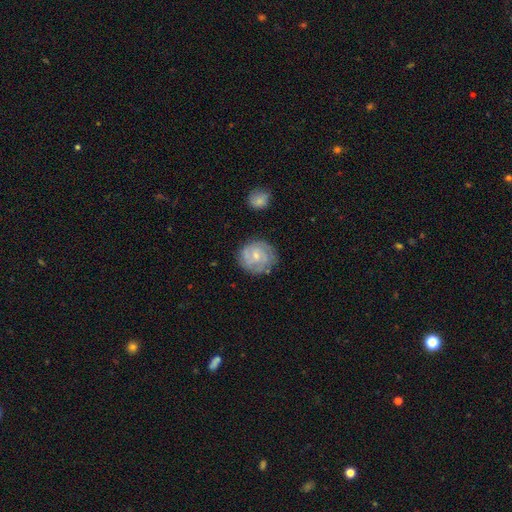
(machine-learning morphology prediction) smooth_or_featured: featured or disk (p=0.65) [alt: smooth p=0.29]
disk_edge_on: no (p=0.98) [alt: yes p=0.02]
bar: no (p=0.57) [alt: weak p=0.38]
has_spiral_arms: yes (p=0.86) [alt: no p=0.14]
spiral_winding: tight (p=0.56) [alt: medium p=0.34]
spiral_arm_count: can't tell (p=0.36) [alt: 2 p=0.28]
bulge_size: small (p=0.64) [alt: moderate p=0.30]
merging: none (p=0.75) [alt: minor disturbance p=0.16]